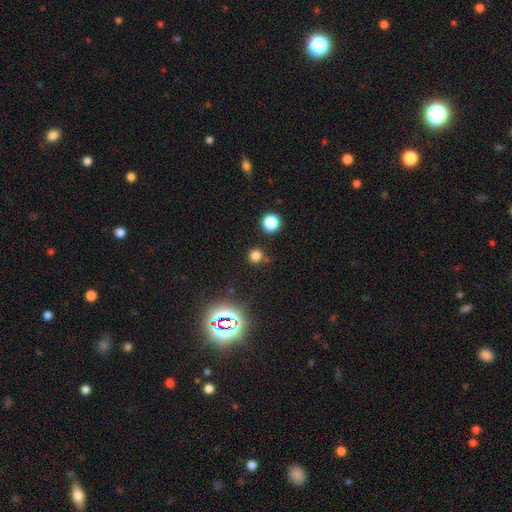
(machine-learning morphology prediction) A smooth galaxy with no disk features (72%) that is round (91%). Merging: none (82%).